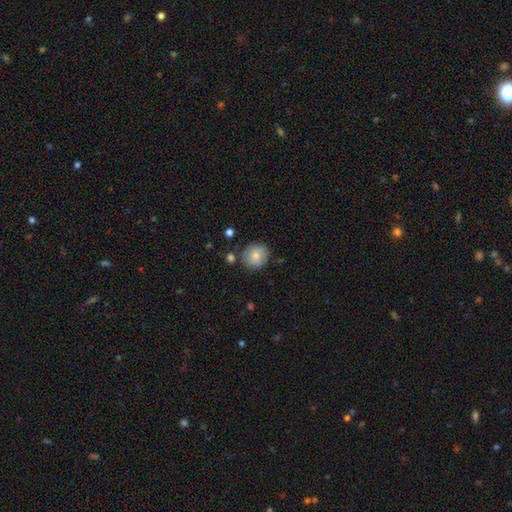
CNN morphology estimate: smooth_or_featured: smooth (p=0.80) [alt: featured or disk p=0.11]
how_rounded: round (p=0.89) [alt: in between p=0.10]
merging: none (p=0.80) [alt: minor disturbance p=0.12]